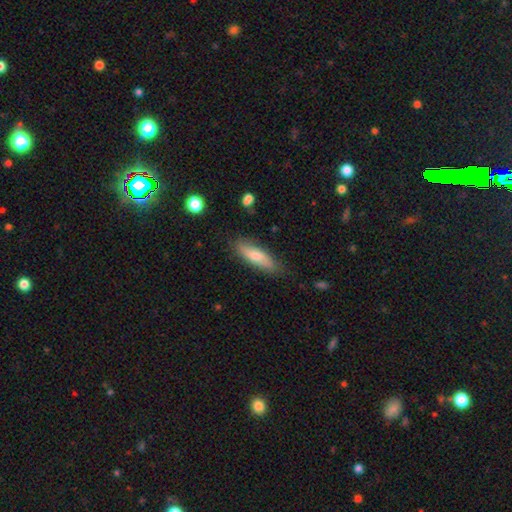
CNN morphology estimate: smooth 66%, featured or disk 28%, star or artifact 6%. Down the decision tree: how rounded — cigar-shaped (55%); merging — none (80%).